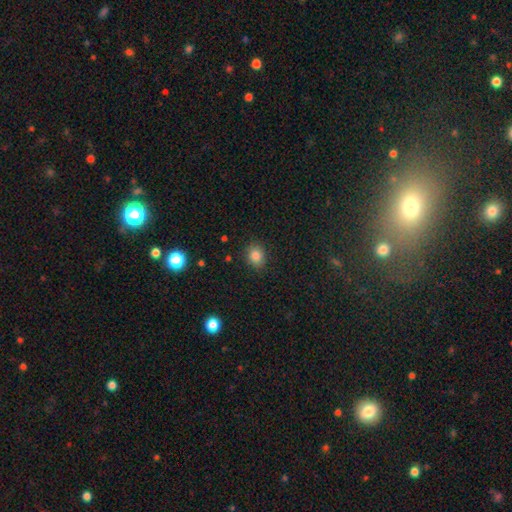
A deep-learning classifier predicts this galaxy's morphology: Smooth or featured: smooth — 83% (star or artifact — 12%)
How rounded: round — 70% (in between — 29%)
Merging: none — 87% (minor disturbance — 9%)